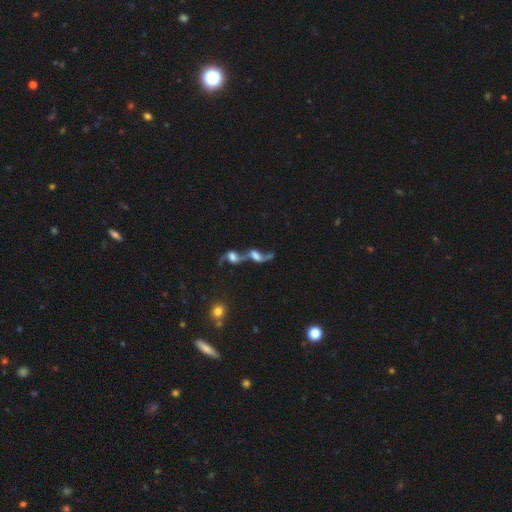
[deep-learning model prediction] Smooth or featured? featured or disk (59%)
Edge-on disk? no (88%)
Bar? no (57%)
Spiral arms? yes (75%)
Bulge size? moderate (30%)
Merging? merger (77%)